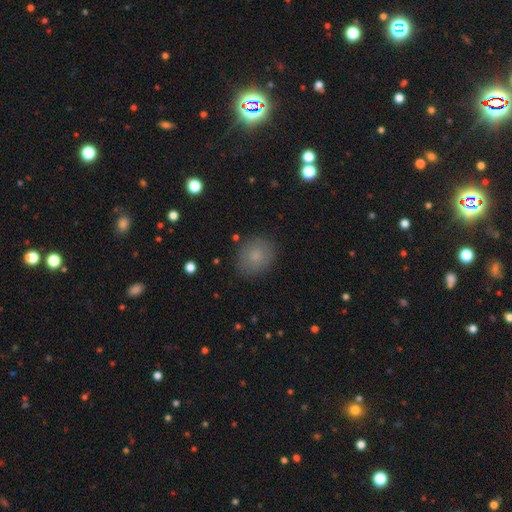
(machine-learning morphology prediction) This appears to be a smooth galaxy with no disk features (80%) that is round (61%). Merging: none (84%).